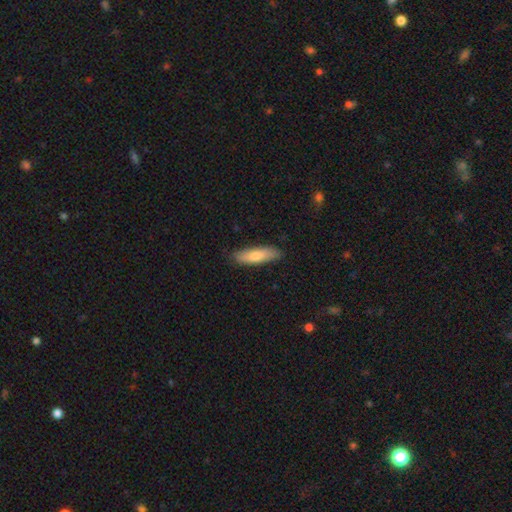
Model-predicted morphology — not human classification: A smooth galaxy with no disk features (75%) that is cigar-shaped (64%). Merging: none (86%).